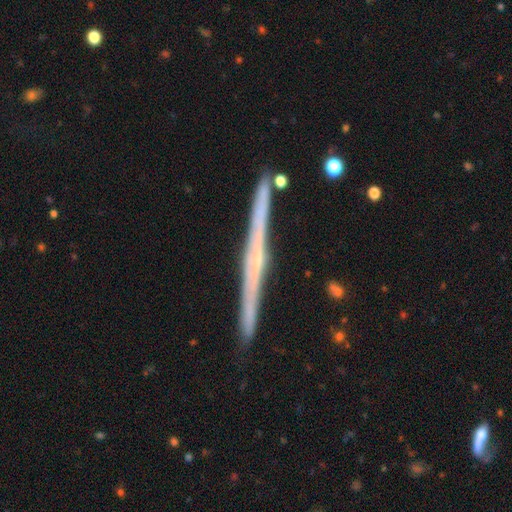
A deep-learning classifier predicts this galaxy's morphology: Smooth or featured: featured or disk — 78% (smooth — 16%)
Edge-on disk: yes — 98% (no — 2%)
Edge-on bulge: none — 56% (rounded — 35%)
Merging: none — 89% (minor disturbance — 7%)